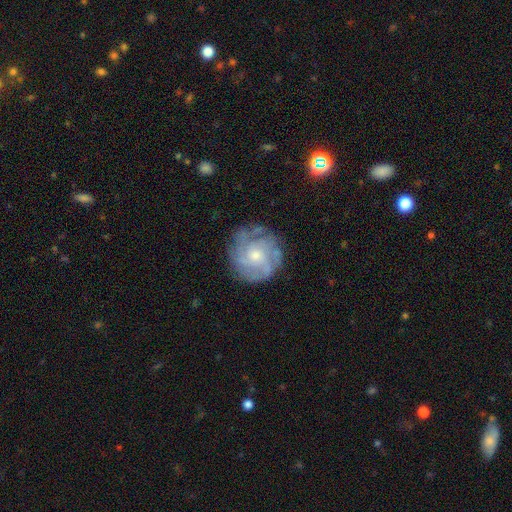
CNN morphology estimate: type=featured or disk (74%); edge-on=no (97%); bar=no (75%); spiral arms=yes (86%); winding=tight (59%); arm count=can't tell (45%); bulge=small (48%); merging=none (78%).